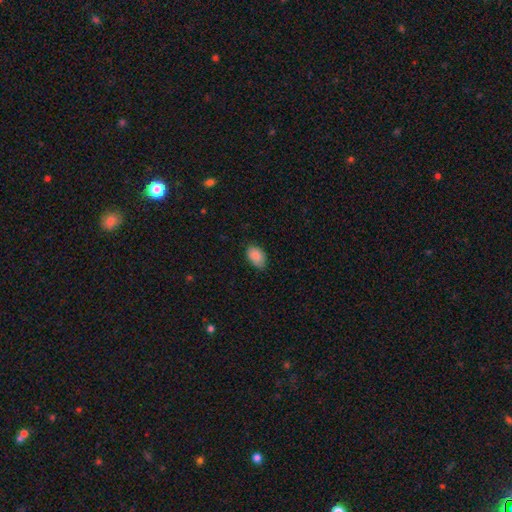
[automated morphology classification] The model was most divided on "merging": none: 76%, minor disturbance: 20%, major disturbance: 3%, merger: 1%. More confident: how rounded — in between (89%); smooth or featured — smooth (88%).